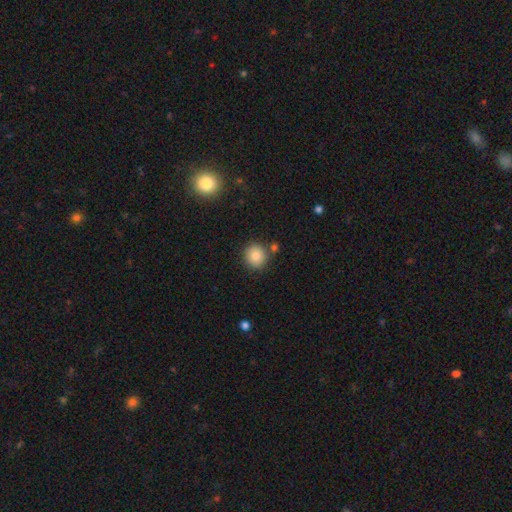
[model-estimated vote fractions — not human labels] Smooth or featured: smooth — 84% (star or artifact — 10%)
How rounded: round — 91% (in between — 8%)
Merging: none — 80% (minor disturbance — 9%)